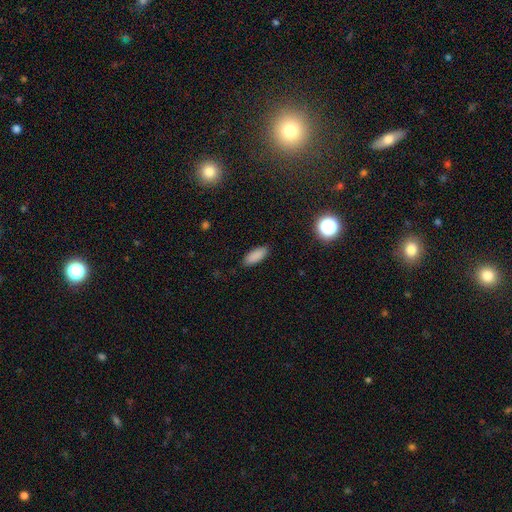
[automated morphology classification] Smooth or featured? smooth (87%)
How rounded? in between (78%)
Merging? none (88%)